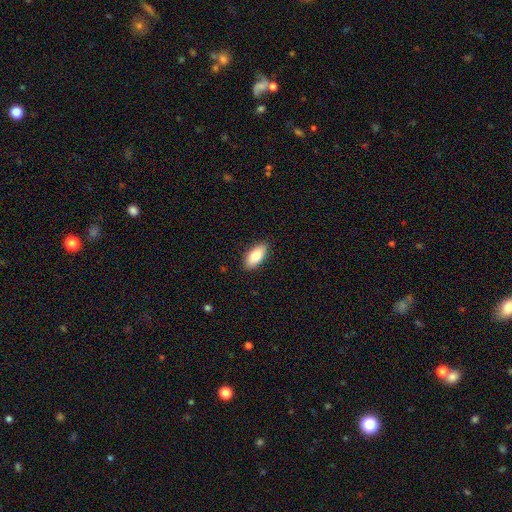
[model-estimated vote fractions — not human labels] Smooth or featured: smooth — 84% (featured or disk — 10%)
How rounded: in between — 88% (cigar-shaped — 9%)
Merging: none — 88% (minor disturbance — 10%)